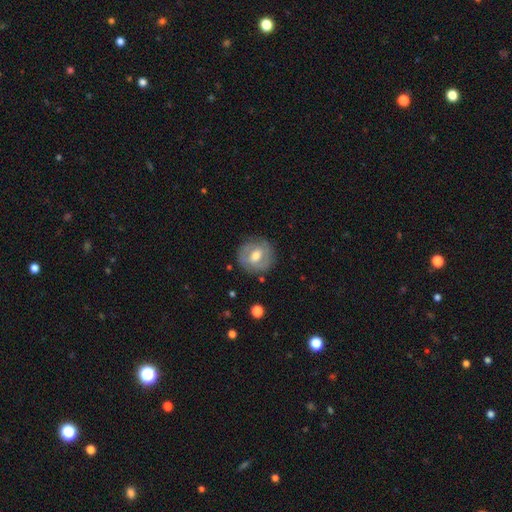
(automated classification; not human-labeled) Smooth or featured? Predicted: featured or disk (p=0.50). Edge-on disk? Predicted: no (p=0.95). Merging? Predicted: none (p=0.80).